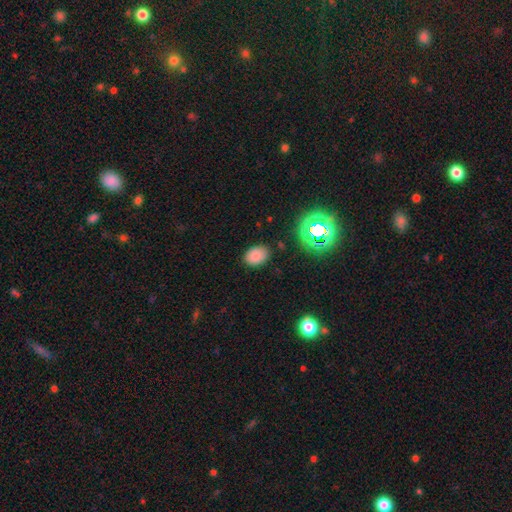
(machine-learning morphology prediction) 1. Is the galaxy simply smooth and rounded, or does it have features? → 79% smooth, 15% star or artifact, 6% featured or disk.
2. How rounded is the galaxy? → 79% in between, 20% round, 1% cigar-shaped.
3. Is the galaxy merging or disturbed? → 84% none, 12% minor disturbance, 3% major disturbance, 2% merger.